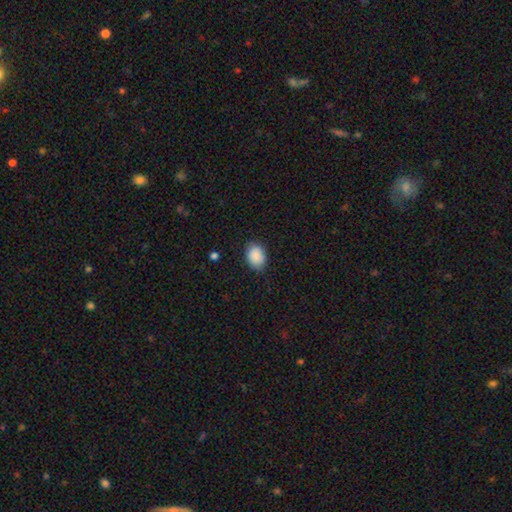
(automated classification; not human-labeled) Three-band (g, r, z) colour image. It shows a smooth galaxy with no disk features (90%) that is in between round and cigar-shaped (72%). Merging: none (83%).